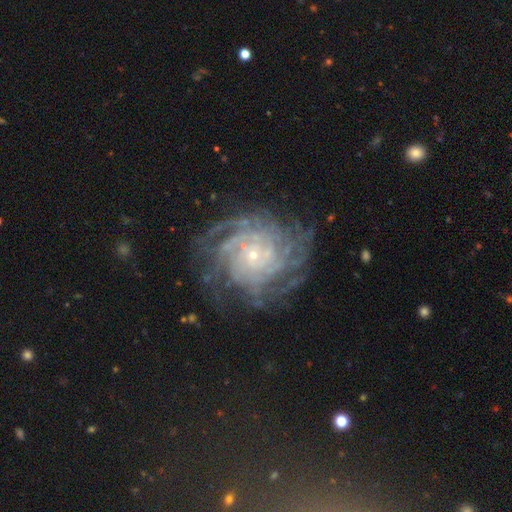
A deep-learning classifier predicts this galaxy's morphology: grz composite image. It shows a featured or disk galaxy (86%) with no bar (75%), more than 4 (33%) tight (76%) spiral arms (97%) and a small central bulge (86%). Merging: none (75%).